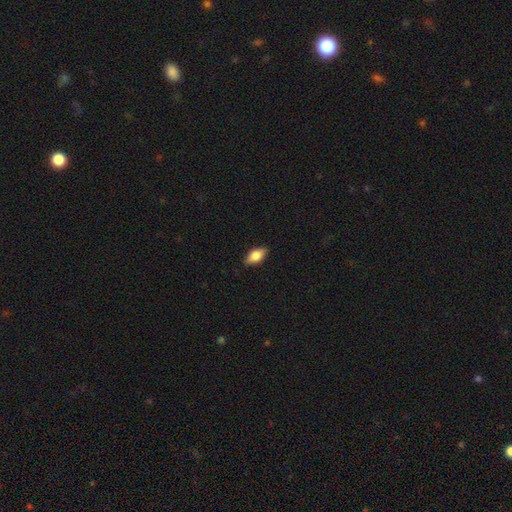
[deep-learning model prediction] smooth-or-featured: smooth: 71% | featured or disk: 22% | star or artifact: 7%
  how-rounded: in between: 86% | cigar-shaped: 9% | round: 5%
  merging: none: 86% | minor disturbance: 11% | major disturbance: 2% | merger: 1%